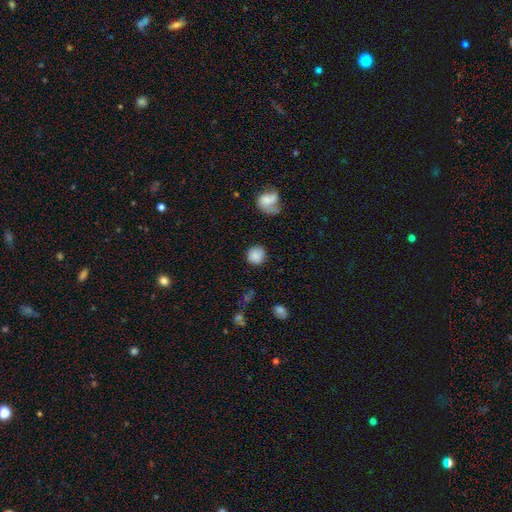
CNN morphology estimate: The model was most divided on "smooth or featured": smooth: 84%, star or artifact: 9%, featured or disk: 7%. More confident: how rounded — round (90%); merging — none (86%).